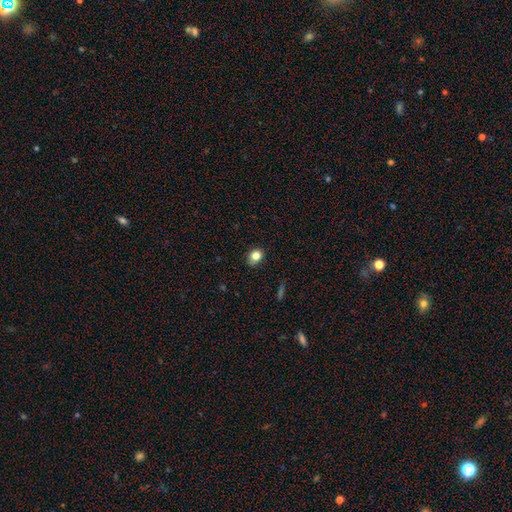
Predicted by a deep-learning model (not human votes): Overall: smooth (81%). How rounded: round (55%; in between 44%). Merging: none (79%).